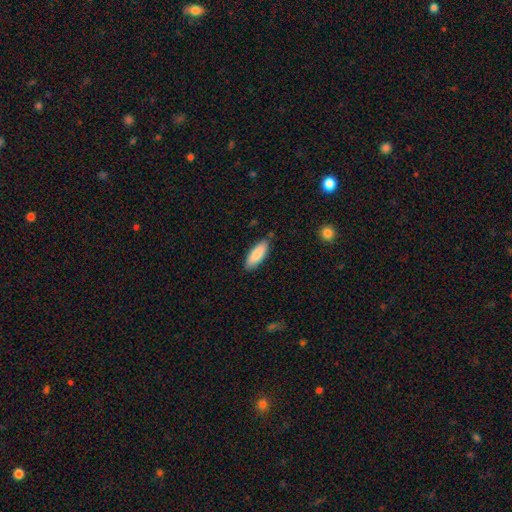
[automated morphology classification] Overall: smooth (87%). How rounded: in between (72%). Merging: none (83%).